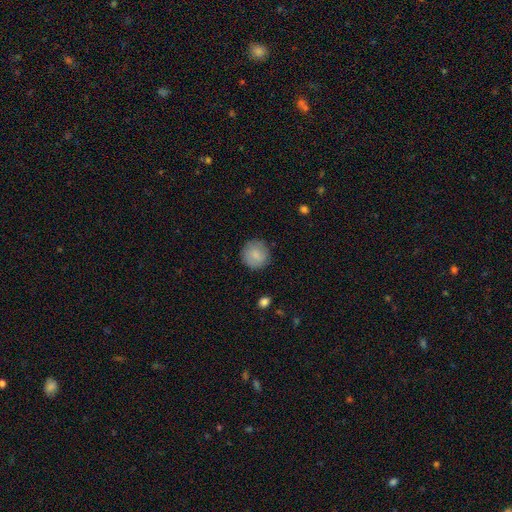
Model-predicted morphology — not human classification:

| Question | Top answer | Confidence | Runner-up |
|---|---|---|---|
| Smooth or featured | smooth | 84% | featured or disk (9%) |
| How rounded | round | 93% | in between (6%) |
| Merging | none | 86% | minor disturbance (10%) |